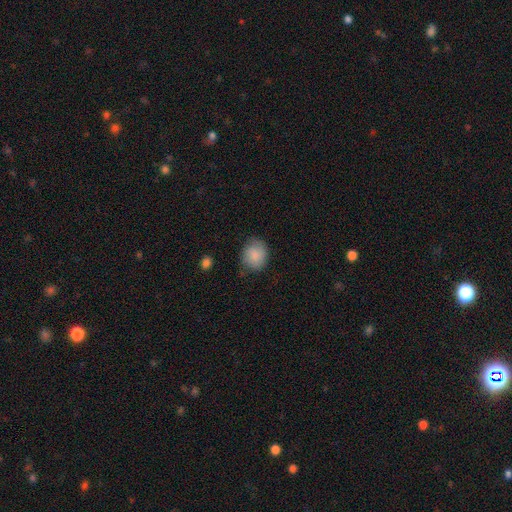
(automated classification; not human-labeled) This appears to be a smooth galaxy with no disk features (83%) that is round (65%). Merging: none (68%).